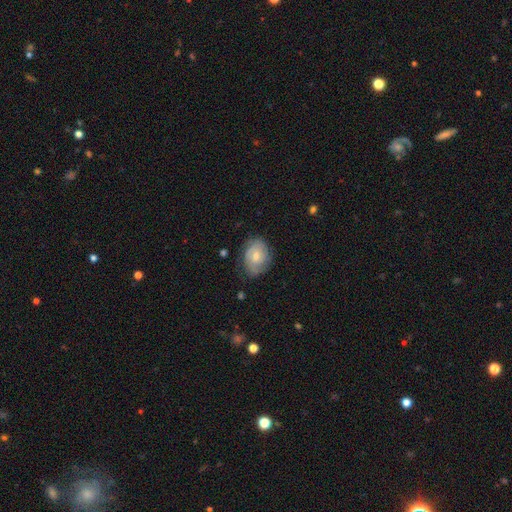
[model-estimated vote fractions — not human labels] Smooth or featured?
  - smooth: 53% *
  - featured or disk: 40%
  - star or artifact: 7%
How rounded?
  - in between: 65% *
  - round: 34%
  - cigar-shaped: 1%
Merging?
  - none: 68% *
  - minor disturbance: 24%
  - major disturbance: 6%
  - merger: 1%